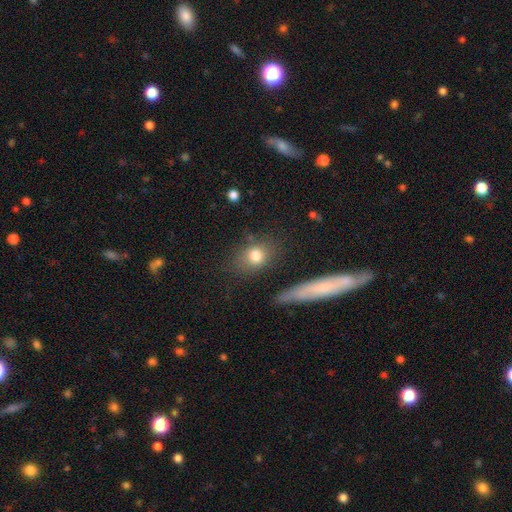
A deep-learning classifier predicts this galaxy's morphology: A smooth galaxy with no disk features (78%) that is in between round and cigar-shaped (48%). Merging: none (75%).